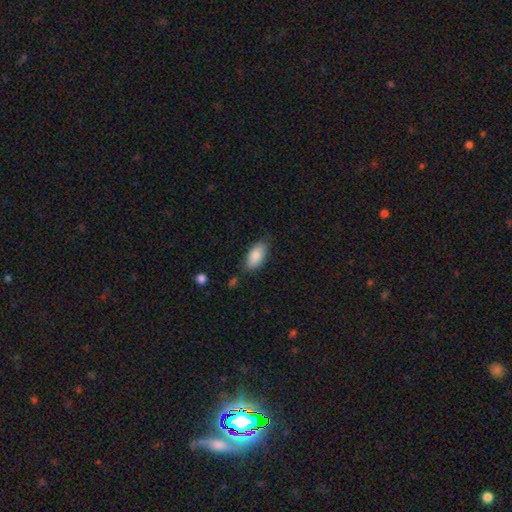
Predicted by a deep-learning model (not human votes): Smooth or featured: smooth — 86% (featured or disk — 8%)
How rounded: in between — 92% (cigar-shaped — 6%)
Merging: none — 76% (minor disturbance — 18%)